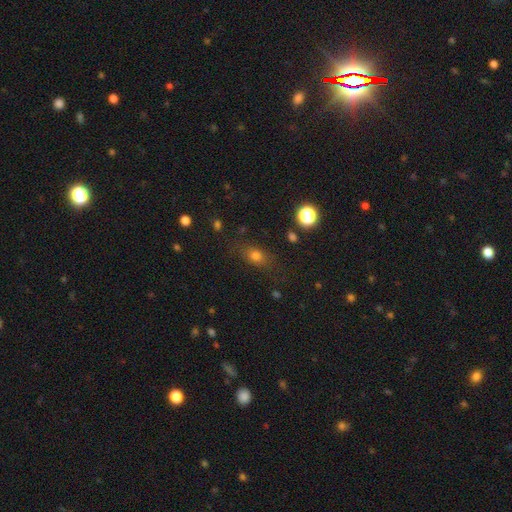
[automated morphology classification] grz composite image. It shows a smooth galaxy with no disk features (70%) that is in between round and cigar-shaped (60%). Merging: none (76%).